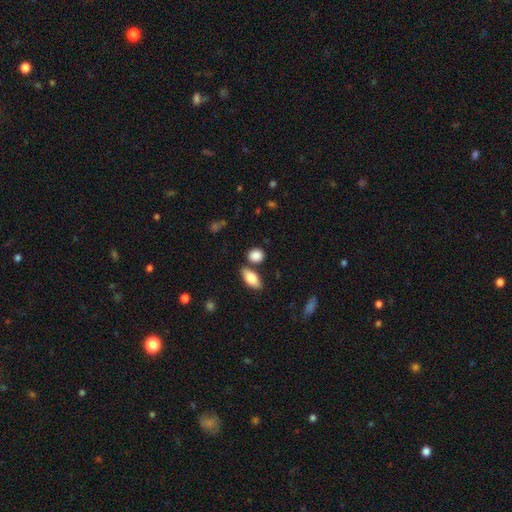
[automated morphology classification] Smooth or featured?
  - smooth: 86% *
  - star or artifact: 7%
  - featured or disk: 7%
How rounded?
  - in between: 52% *
  - round: 43%
  - cigar-shaped: 5%
Merging?
  - none: 72% *
  - merger: 13%
  - minor disturbance: 12%
  - major disturbance: 3%